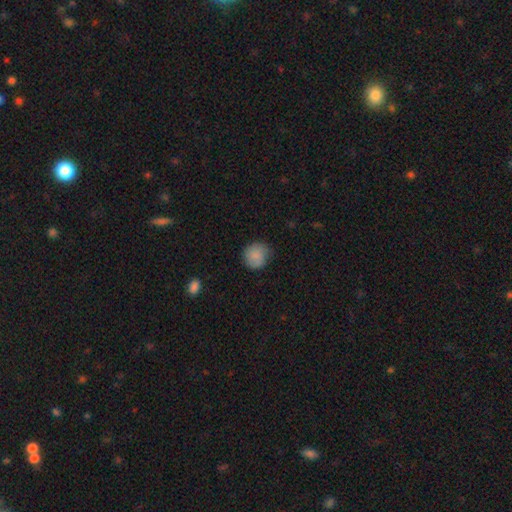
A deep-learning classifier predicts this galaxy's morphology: Q: Smooth or featured?
A: smooth (84%); runner-up: featured or disk (8%)
Q: How rounded?
A: round (86%); runner-up: in between (13%)
Q: Merging?
A: none (70%); runner-up: minor disturbance (24%)